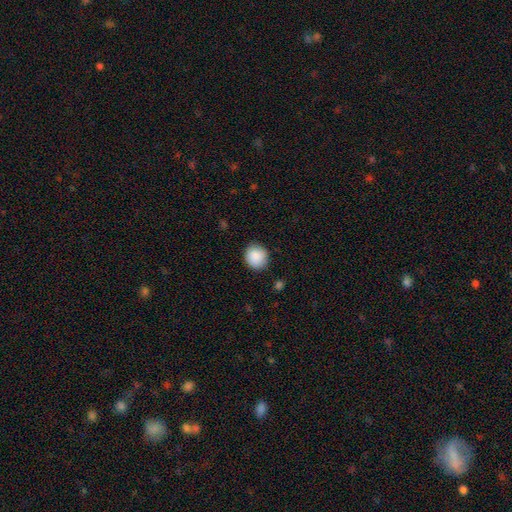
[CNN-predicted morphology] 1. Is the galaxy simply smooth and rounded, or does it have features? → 89% smooth, 7% star or artifact, 4% featured or disk.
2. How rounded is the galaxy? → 79% round, 20% in between, 1% cigar-shaped.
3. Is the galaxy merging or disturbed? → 86% none, 11% minor disturbance, 2% major disturbance, 1% merger.